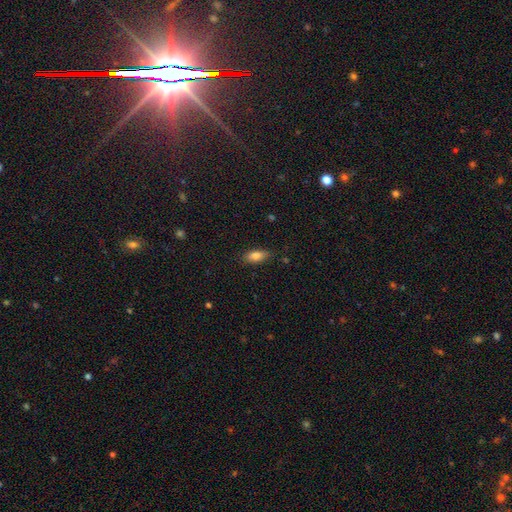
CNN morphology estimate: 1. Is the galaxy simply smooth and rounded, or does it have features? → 81% smooth, 10% featured or disk, 8% star or artifact.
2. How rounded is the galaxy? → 83% in between, 14% cigar-shaped, 3% round.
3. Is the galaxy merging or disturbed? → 80% none, 15% minor disturbance, 3% major disturbance, 1% merger.